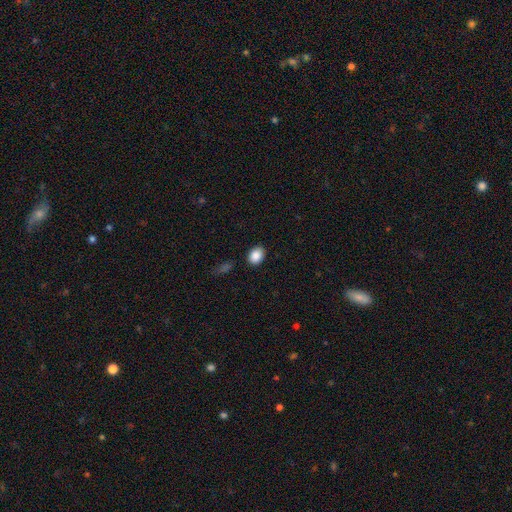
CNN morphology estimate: type=smooth (88%); roundness=in between (69%); merging=none (87%).